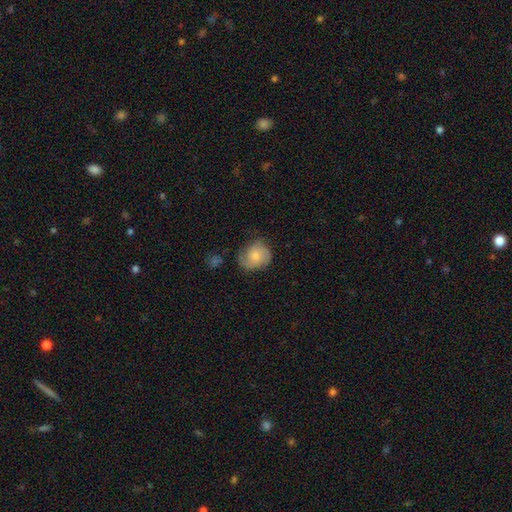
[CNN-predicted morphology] smooth_or_featured: smooth (p=0.55) [alt: featured or disk p=0.37]
how_rounded: round (p=0.66) [alt: in between p=0.33]
merging: none (p=0.59) [alt: minor disturbance p=0.29]